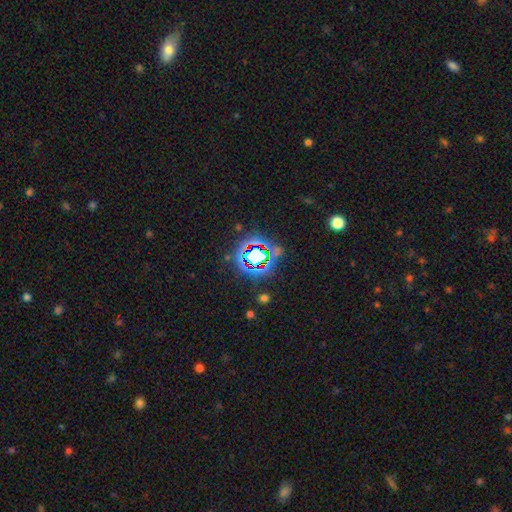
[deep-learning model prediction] Smooth or featured? Predicted: star or artifact (p=0.69).